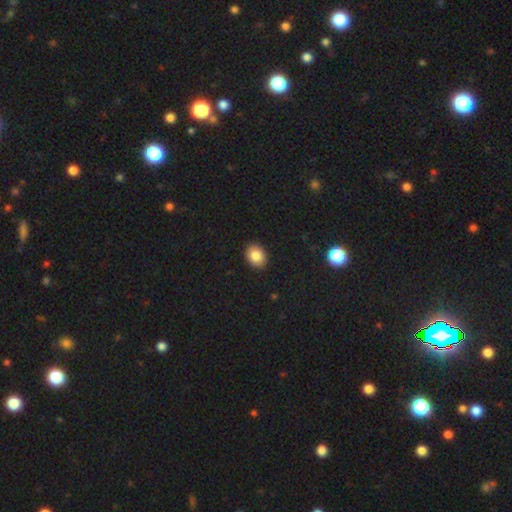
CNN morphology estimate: The model was most divided on "how rounded": in between: 57%, round: 42%, cigar-shaped: 1%. More confident: merging — none (91%); smooth or featured — smooth (84%).